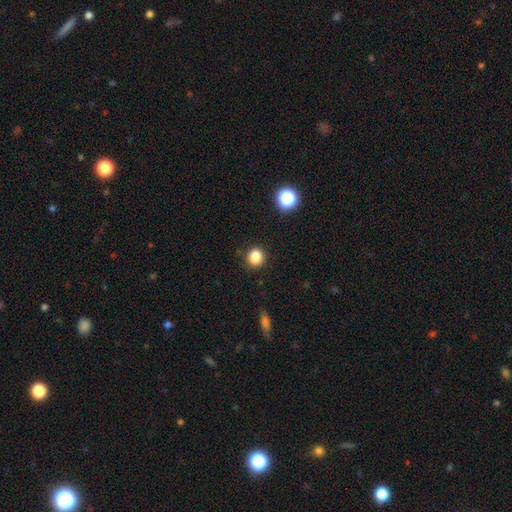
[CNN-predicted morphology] smooth 85%, star or artifact 12%, featured or disk 4%. Down the decision tree: how rounded — round (80%); merging — none (86%).